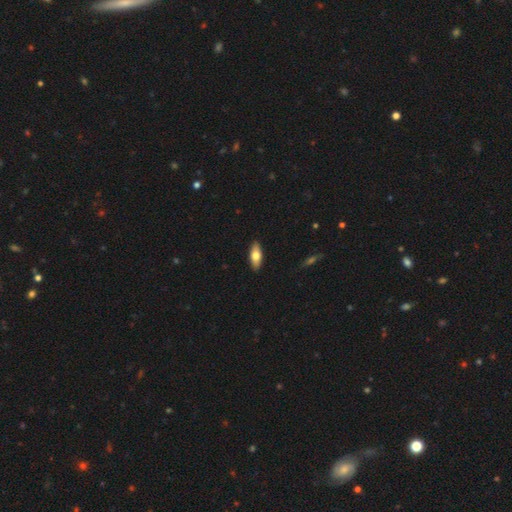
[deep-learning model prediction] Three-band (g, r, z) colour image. It shows a smooth galaxy with no disk features (69%) that is in between round and cigar-shaped (77%). Merging: none (90%).